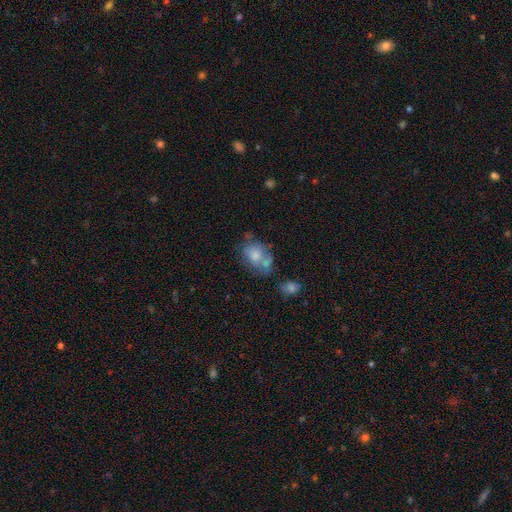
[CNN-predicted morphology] smooth-or-featured: smooth: 61% | featured or disk: 28% | star or artifact: 11%
  how-rounded: in between: 62% | round: 36% | cigar-shaped: 1%
  merging: none: 38% | merger: 29% | minor disturbance: 21% | major disturbance: 12%